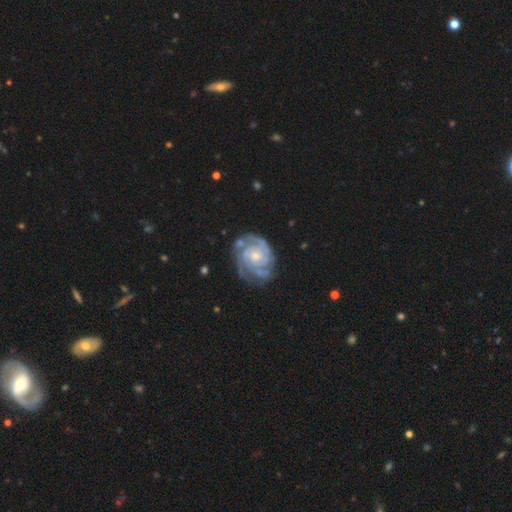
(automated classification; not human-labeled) This appears to be a featured or disk galaxy (89%) with no bar (69%), 3 (27%) tight (70%) spiral arms (97%) and a small central bulge (60%). Merging: none (66%).